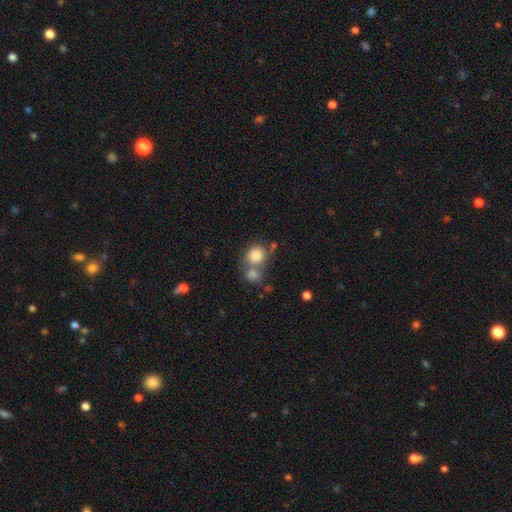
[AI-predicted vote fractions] A smooth galaxy with no disk features (83%) that is round (78%).

Vote fractions:
- Smooth or featured? smooth: 83% / star or artifact: 9% / featured or disk: 8%
- How rounded? round: 78% / in between: 21% / cigar-shaped: 1%
- Merging? none: 44% / merger: 41% / minor disturbance: 10% / major disturbance: 5%